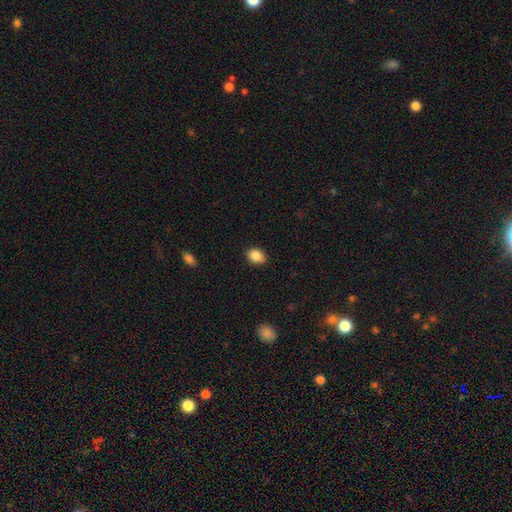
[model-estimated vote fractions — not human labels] Smooth or featured? Predicted: smooth (p=0.88). How rounded? Predicted: in between (p=0.65). Merging? Predicted: none (p=0.87).